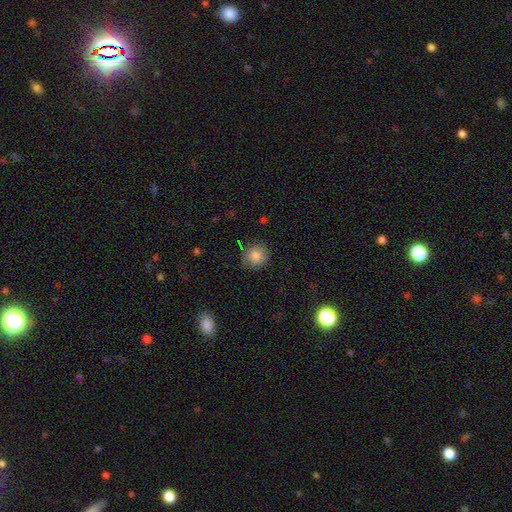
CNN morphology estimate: The model was most divided on "how rounded": round: 85%, in between: 14%, cigar-shaped: 1%. More confident: merging — none (86%); smooth or featured — smooth (84%).